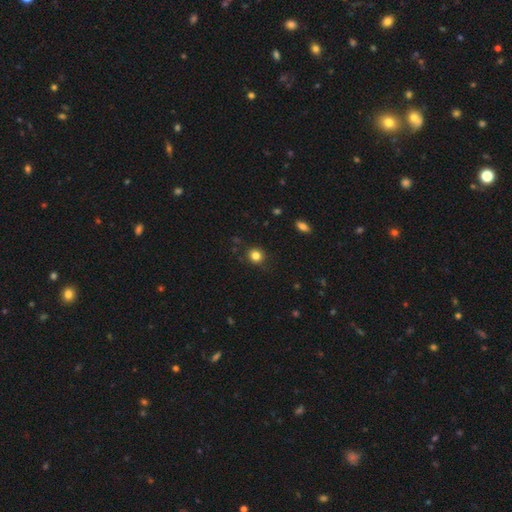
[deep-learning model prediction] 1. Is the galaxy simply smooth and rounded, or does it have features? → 83% smooth, 12% star or artifact, 5% featured or disk.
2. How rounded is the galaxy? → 87% round, 12% in between, 1% cigar-shaped.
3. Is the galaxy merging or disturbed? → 85% none, 11% minor disturbance, 3% major disturbance, 1% merger.